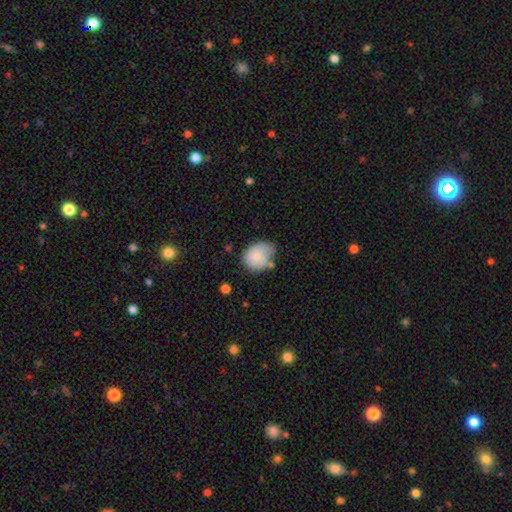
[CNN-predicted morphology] Smooth or featured? smooth (71%)
How rounded? round (55%)
Merging? none (48%)